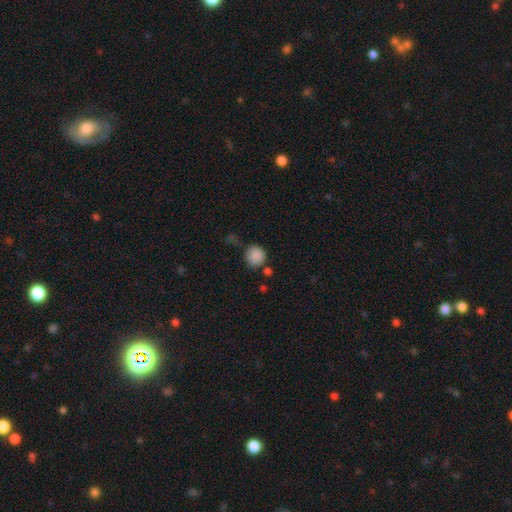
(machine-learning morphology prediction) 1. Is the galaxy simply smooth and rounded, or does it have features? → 86% smooth, 10% star or artifact, 4% featured or disk.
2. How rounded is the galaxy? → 91% round, 8% in between, 1% cigar-shaped.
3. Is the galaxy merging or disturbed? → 71% none, 16% minor disturbance, 8% merger, 5% major disturbance.